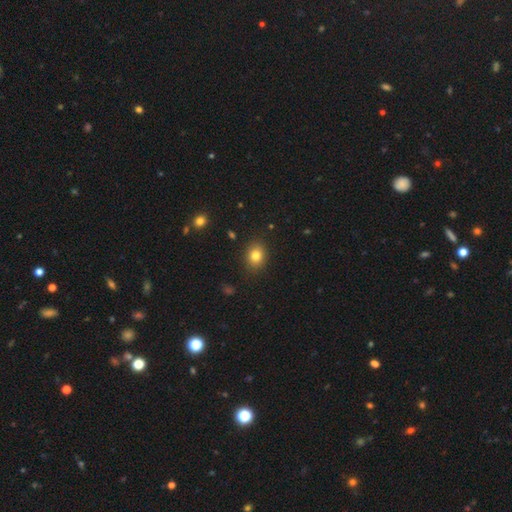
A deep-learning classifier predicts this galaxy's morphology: Smooth or featured: smooth — 81% (star or artifact — 11%)
How rounded: in between — 52% (round — 47%)
Merging: none — 87% (minor disturbance — 9%)